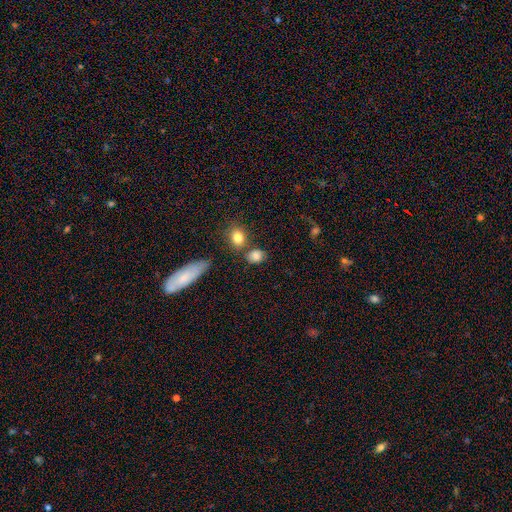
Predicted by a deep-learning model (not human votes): Q: Smooth or featured?
A: smooth (81%); runner-up: star or artifact (11%)
Q: How rounded?
A: in between (50%); runner-up: round (48%)
Q: Merging?
A: none (65%); runner-up: minor disturbance (15%)